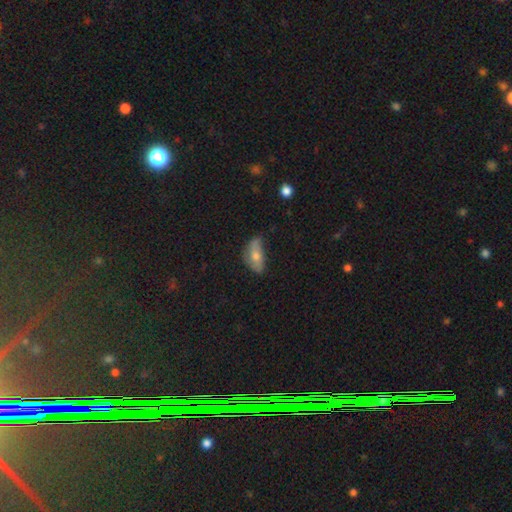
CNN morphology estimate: Smooth or featured? Predicted: smooth (p=0.56). How rounded? Predicted: in between (p=0.84). Merging? Predicted: none (p=0.41).